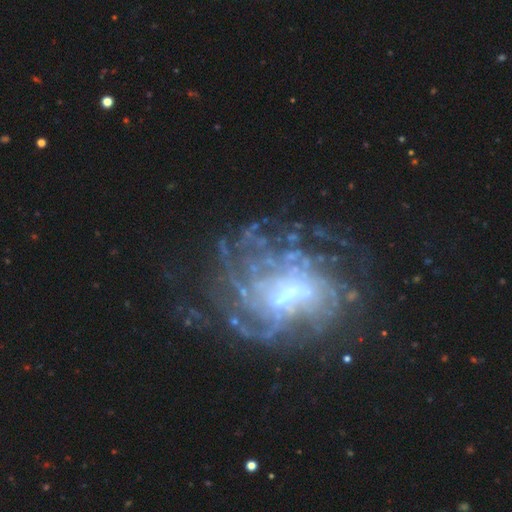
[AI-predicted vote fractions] Smooth or featured? featured or disk (76%)
Edge-on disk? no (96%)
Bar? weak (47%)
Spiral arms? yes (85%)
Spiral winding? tight (62%)
Spiral arm count? can't tell (46%)
Bulge size? moderate (42%)
Merging? none (65%)